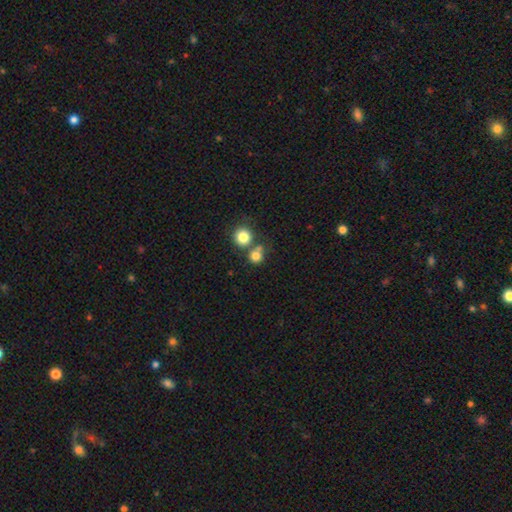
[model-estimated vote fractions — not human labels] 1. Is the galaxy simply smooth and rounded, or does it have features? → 80% smooth, 12% star or artifact, 8% featured or disk.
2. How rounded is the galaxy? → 87% round, 12% in between, 1% cigar-shaped.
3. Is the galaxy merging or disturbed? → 52% none, 36% merger, 8% minor disturbance, 4% major disturbance.